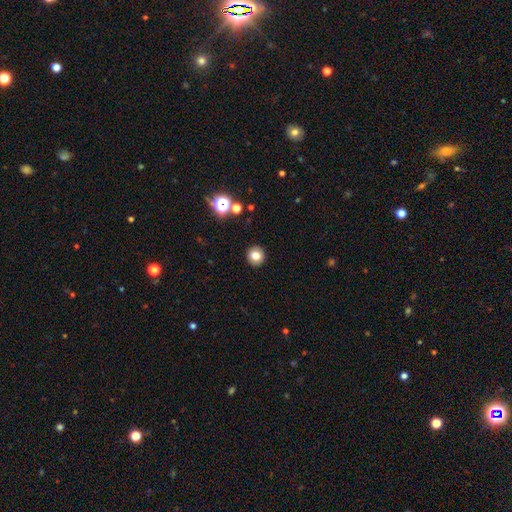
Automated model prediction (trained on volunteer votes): This appears to be a smooth galaxy with no disk features (79%) that is round (92%). Merging: none (92%).